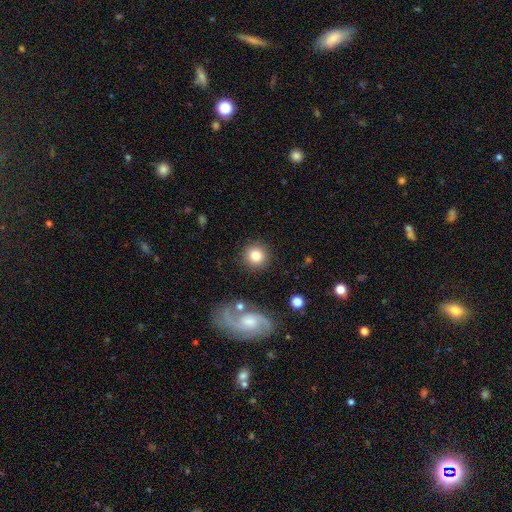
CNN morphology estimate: Smooth or featured: smooth — 80% (featured or disk — 11%)
How rounded: round — 93% (in between — 6%)
Merging: none — 86% (minor disturbance — 7%)